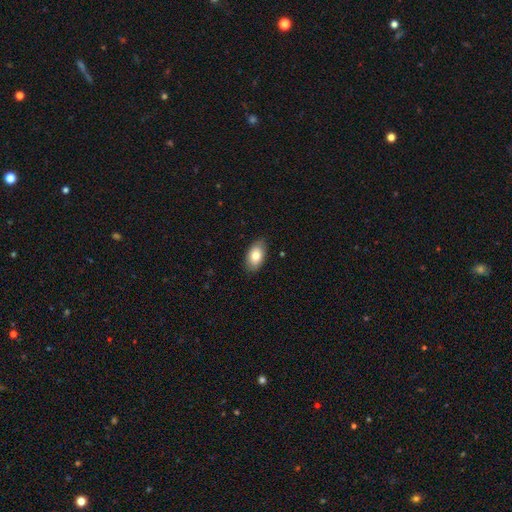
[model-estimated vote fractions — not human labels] This is likely a smooth galaxy (79%). How rounded: clearly in between (93%). Merging: clearly none (85%).